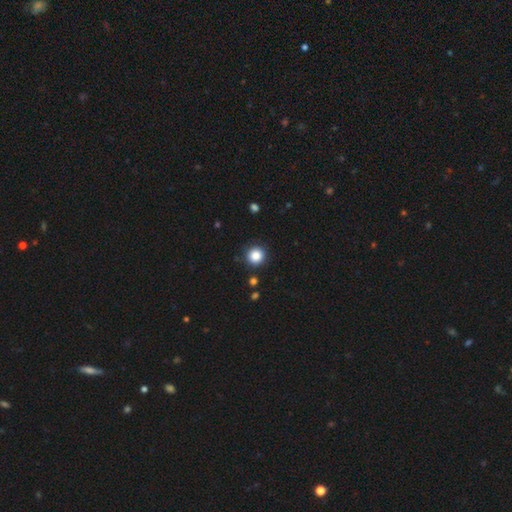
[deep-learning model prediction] Smooth or featured? smooth (85%)
How rounded? round (94%)
Merging? none (89%)